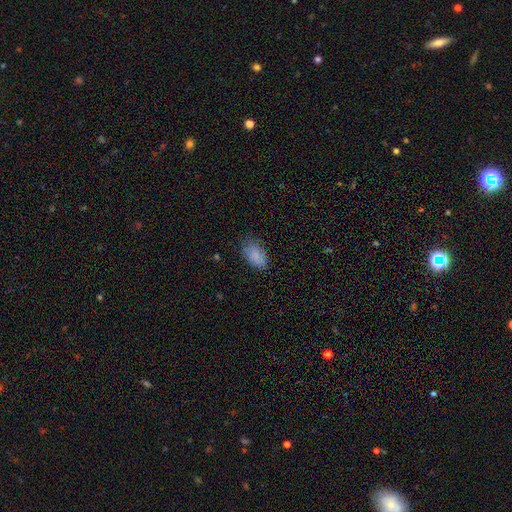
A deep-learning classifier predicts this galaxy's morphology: smooth_or_featured: smooth (p=0.85) [alt: star or artifact p=0.08]
how_rounded: in between (p=0.93) [alt: round p=0.05]
merging: none (p=0.71) [alt: minor disturbance p=0.22]